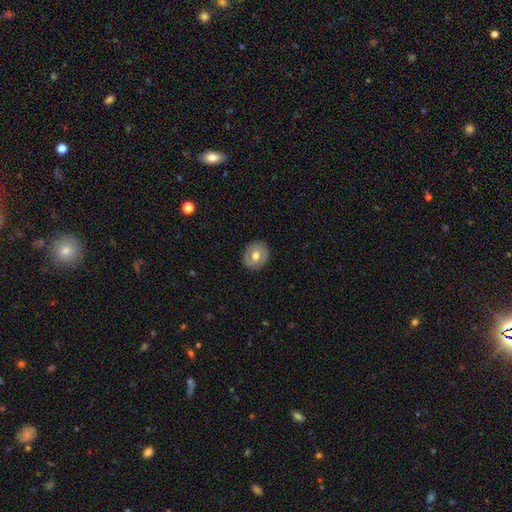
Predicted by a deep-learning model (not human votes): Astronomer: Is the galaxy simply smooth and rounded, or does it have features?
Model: smooth — 60%.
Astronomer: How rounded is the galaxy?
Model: round — 83%.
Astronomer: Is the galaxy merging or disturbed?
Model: none — 89%.